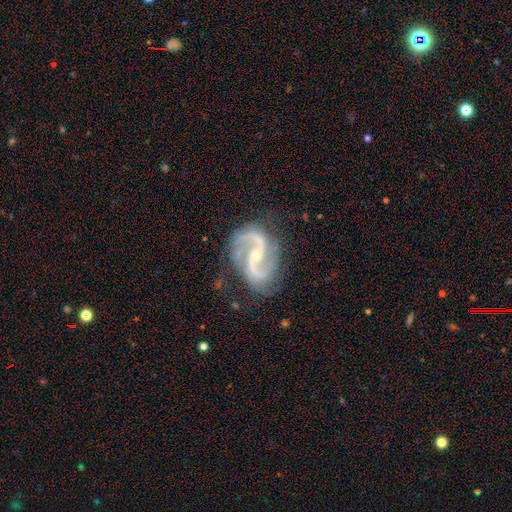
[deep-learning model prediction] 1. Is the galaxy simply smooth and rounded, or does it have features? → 93% featured or disk, 5% star or artifact, 3% smooth.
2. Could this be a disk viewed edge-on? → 98% no, 2% yes.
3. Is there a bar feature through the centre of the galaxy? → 38% weak, 35% no, 27% strong.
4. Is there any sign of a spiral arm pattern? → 98% yes, 2% no.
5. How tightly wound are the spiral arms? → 56% medium, 31% loose, 13% tight.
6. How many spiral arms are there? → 93% 2, 2% 3, 2% can't tell, 1% 1, 1% 4, 1% more than 4.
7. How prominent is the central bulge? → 63% small, 33% moderate, 1% none, 1% large, 1% dominant.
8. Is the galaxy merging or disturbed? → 77% none, 16% minor disturbance, 6% major disturbance, 2% merger.